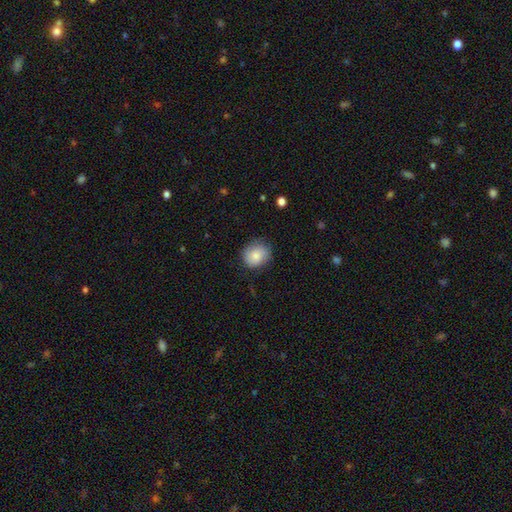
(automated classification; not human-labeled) smooth 82%, featured or disk 11%, star or artifact 7%. Down the decision tree: how rounded — round (75%); merging — none (76%).